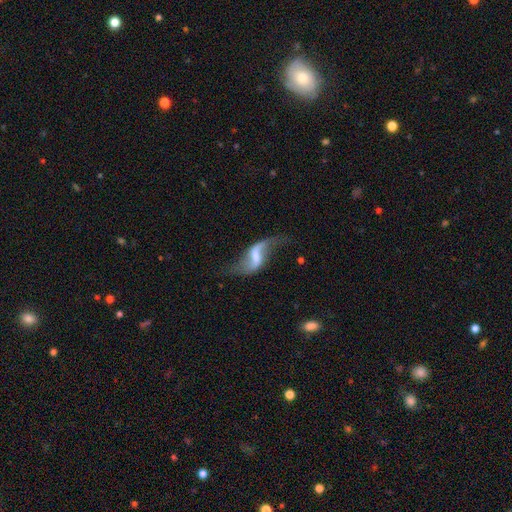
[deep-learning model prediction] Smooth or featured: featured or disk — 85% (smooth — 9%)
Edge-on disk: no — 96% (yes — 4%)
Bar: weak — 46% (strong — 37%)
Spiral arms: yes — 93% (no — 7%)
Spiral winding: loose — 92% (medium — 6%)
Spiral arm count: 2 — 89% (1 — 6%)
Bulge size: none — 38% (small — 32%)
Merging: none — 62% (minor disturbance — 17%)